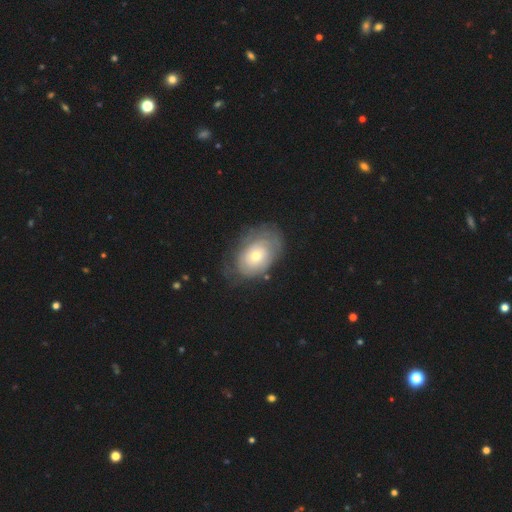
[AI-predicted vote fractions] smooth_or_featured: featured or disk (p=0.55) [alt: smooth p=0.38]
disk_edge_on: no (p=0.94) [alt: yes p=0.06]
bar: no (p=0.86) [alt: weak p=0.12]
has_spiral_arms: yes (p=0.55) [alt: no p=0.45]
bulge_size: moderate (p=0.56) [alt: small p=0.36]
merging: none (p=0.65) [alt: minor disturbance p=0.22]